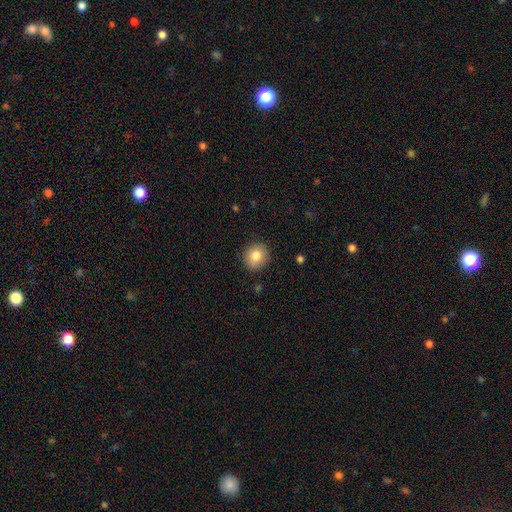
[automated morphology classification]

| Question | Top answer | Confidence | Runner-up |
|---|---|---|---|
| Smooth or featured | smooth | 83% | star or artifact (9%) |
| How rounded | round | 84% | in between (15%) |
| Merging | none | 89% | minor disturbance (8%) |